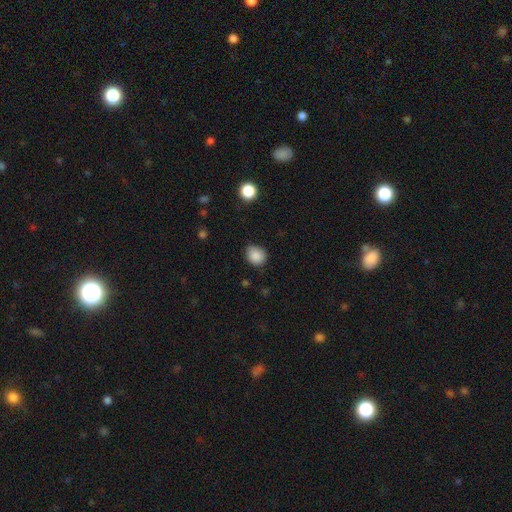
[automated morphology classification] Smooth or featured?
  - smooth: 87% *
  - star or artifact: 9%
  - featured or disk: 4%
How rounded?
  - round: 73% *
  - in between: 26%
  - cigar-shaped: 1%
Merging?
  - none: 76% *
  - minor disturbance: 20%
  - major disturbance: 3%
  - merger: 1%